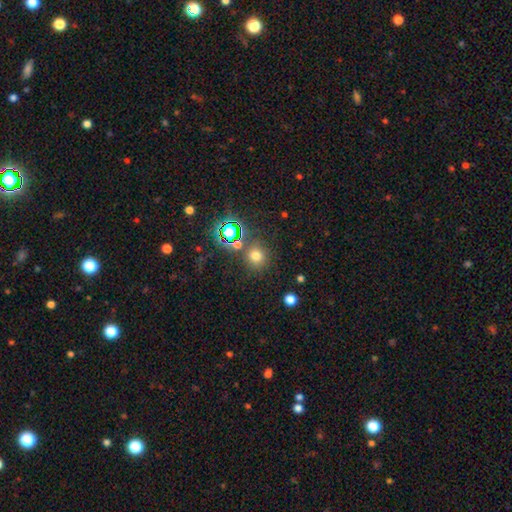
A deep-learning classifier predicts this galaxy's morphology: This is likely a smooth galaxy (66%). How rounded: clearly round (89%). Merging: likely none (79%).